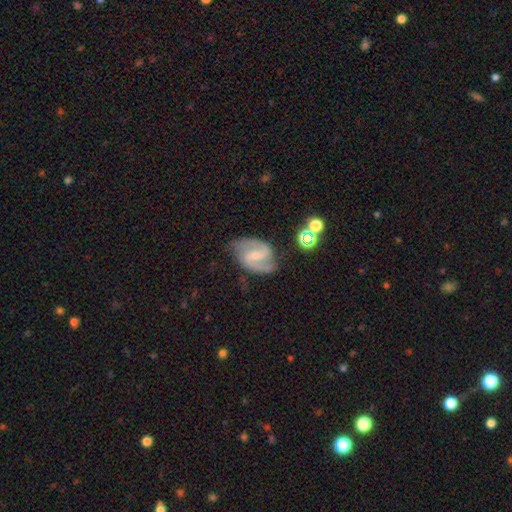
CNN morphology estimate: Q: Smooth or featured?
A: featured or disk (88%); runner-up: smooth (6%)
Q: Edge-on disk?
A: no (98%); runner-up: yes (2%)
Q: Bar?
A: weak (54%); runner-up: strong (25%)
Q: Spiral arms?
A: yes (97%); runner-up: no (3%)
Q: Spiral winding?
A: medium (60%); runner-up: tight (21%)
Q: Spiral arm count?
A: 2 (91%); runner-up: can't tell (3%)
Q: Bulge size?
A: small (65%); runner-up: moderate (22%)
Q: Merging?
A: none (74%); runner-up: minor disturbance (18%)